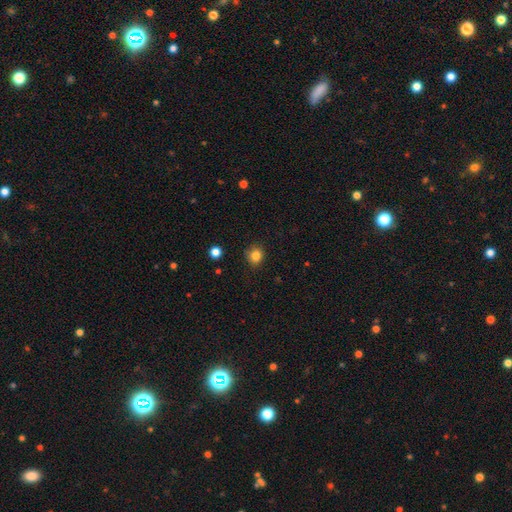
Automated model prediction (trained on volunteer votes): Smooth or featured: smooth — 83% (star or artifact — 12%)
How rounded: round — 79% (in between — 20%)
Merging: none — 86% (minor disturbance — 11%)